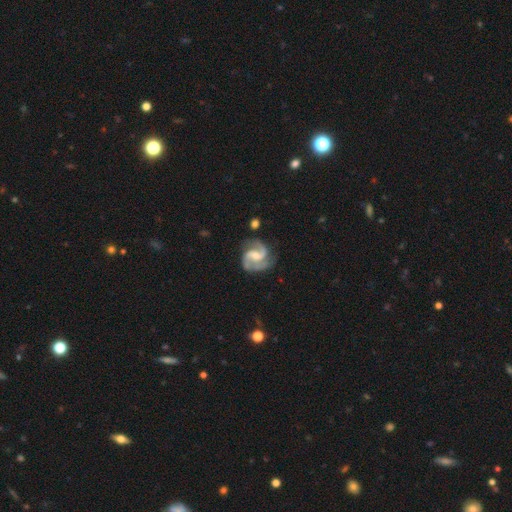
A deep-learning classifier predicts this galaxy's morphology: smooth-or-featured: featured or disk: 90% | smooth: 5% | star or artifact: 4%
  disk-edge-on: no: 98% | yes: 2%
    bar: weak: 53% | no: 30% | strong: 18%
    has-spiral-arms: yes: 98% | no: 2%
      spiral-winding: medium: 59% | tight: 21% | loose: 20%
      spiral-arm-count: 2: 85% | 3: 7% | can't tell: 3% | 1: 2% | 4: 1% | more than 4: 1%
    bulge-size: small: 45% | moderate: 40% | none: 10% | large: 3% | dominant: 1%
  merging: none: 72% | minor disturbance: 18% | major disturbance: 8% | merger: 2%